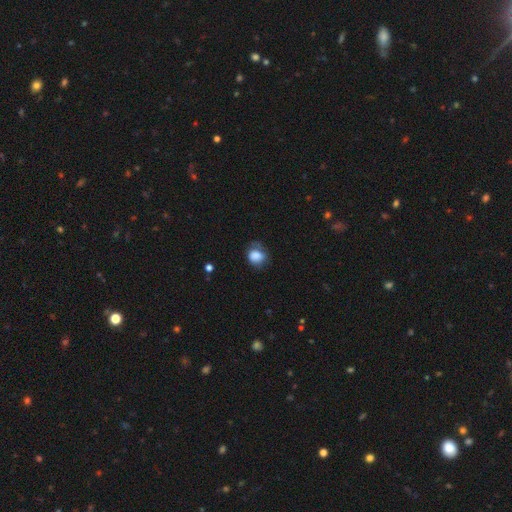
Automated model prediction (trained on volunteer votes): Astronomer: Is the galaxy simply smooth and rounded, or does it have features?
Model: smooth — 80%.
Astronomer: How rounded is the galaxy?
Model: round — 58% (runner-up: in between, 41%).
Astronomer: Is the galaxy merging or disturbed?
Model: none — 45% (runner-up: minor disturbance, 33%).